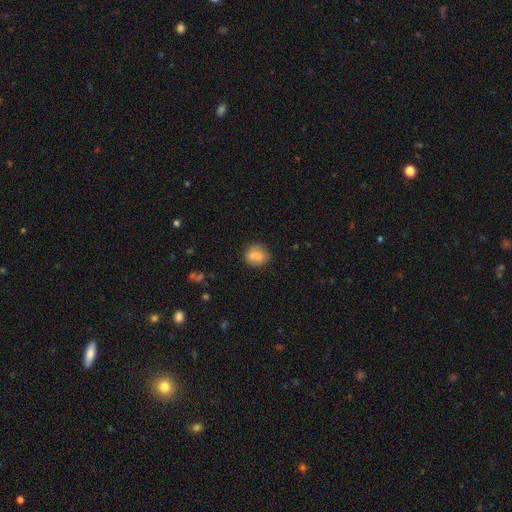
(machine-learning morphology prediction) smooth-or-featured: smooth: 80% | featured or disk: 11% | star or artifact: 9%
  how-rounded: round: 59% | in between: 39% | cigar-shaped: 2%
  merging: none: 71% | minor disturbance: 21% | major disturbance: 5% | merger: 3%